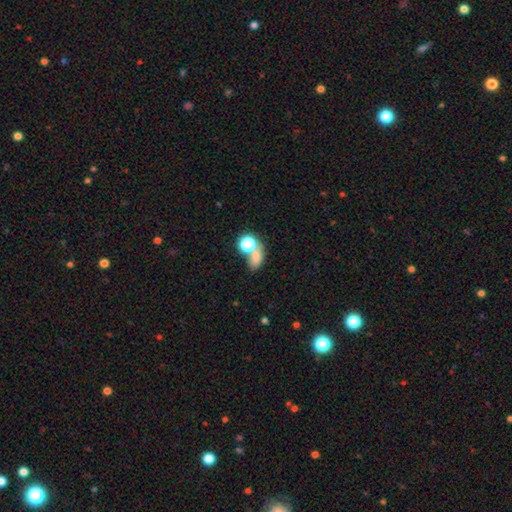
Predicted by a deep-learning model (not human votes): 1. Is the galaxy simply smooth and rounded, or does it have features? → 68% smooth, 19% star or artifact, 13% featured or disk.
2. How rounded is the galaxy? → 66% in between, 31% round, 2% cigar-shaped.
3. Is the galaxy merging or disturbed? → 46% merger, 35% none, 10% minor disturbance, 9% major disturbance.